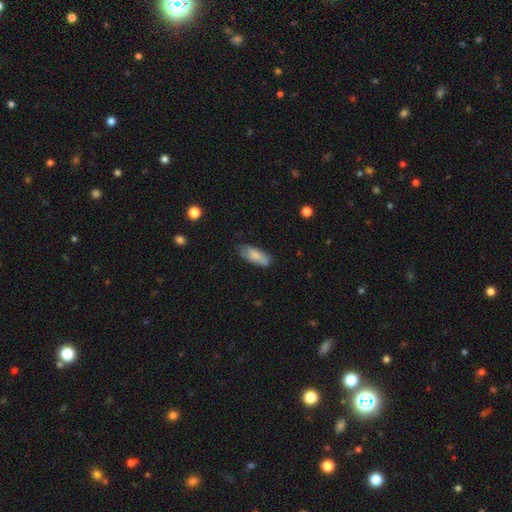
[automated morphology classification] Smooth or featured: smooth — 78% (featured or disk — 16%)
How rounded: in between — 74% (cigar-shaped — 24%)
Merging: none — 67% (minor disturbance — 25%)